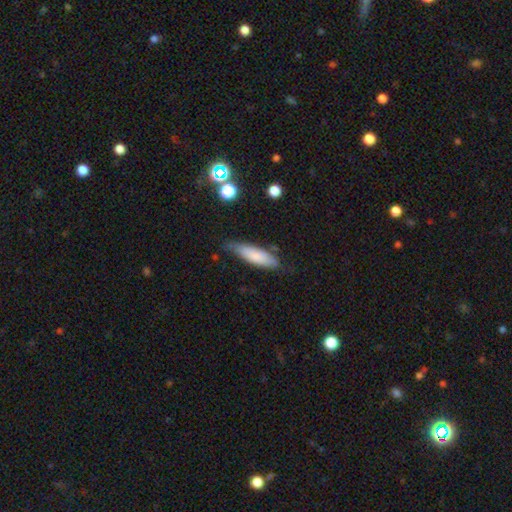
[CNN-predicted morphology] This is likely a smooth galaxy (78%). How rounded: possibly cigar-shaped (58%). Merging: likely none (66%).